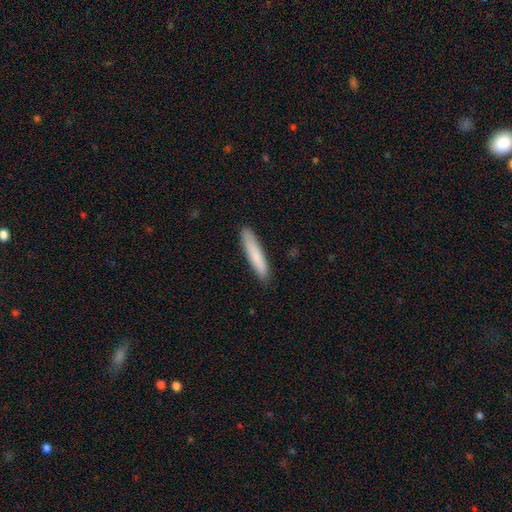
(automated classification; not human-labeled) Q: Smooth or featured?
A: smooth (81%); runner-up: featured or disk (13%)
Q: How rounded?
A: cigar-shaped (90%); runner-up: in between (8%)
Q: Merging?
A: none (88%); runner-up: minor disturbance (9%)